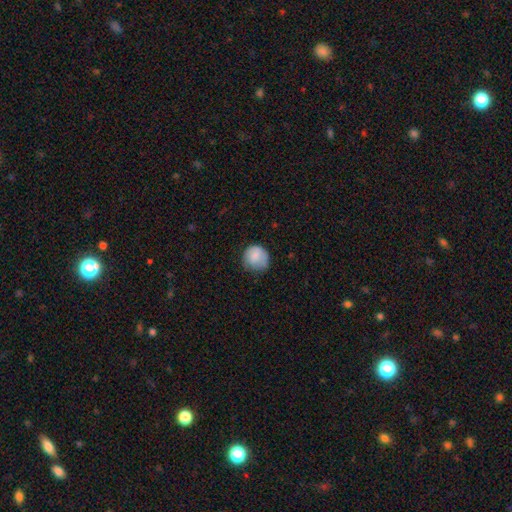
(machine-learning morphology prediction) This appears to be a smooth galaxy with no disk features (82%) that is round (87%). Merging: none (64%).